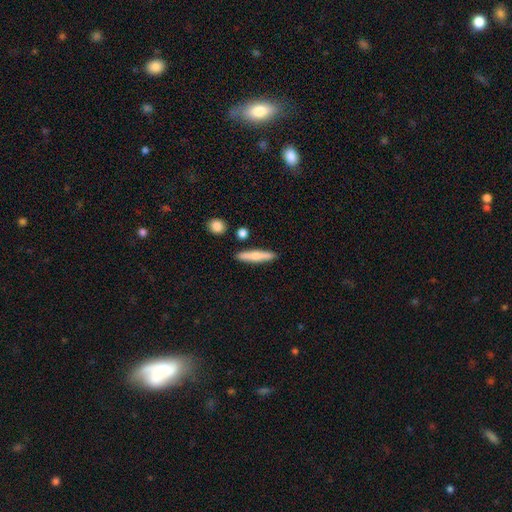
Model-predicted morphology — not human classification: smooth-or-featured: smooth: 65% | featured or disk: 29% | star or artifact: 6%
  how-rounded: cigar-shaped: 86% | in between: 12% | round: 2%
  merging: none: 85% | minor disturbance: 9% | merger: 4% | major disturbance: 2%